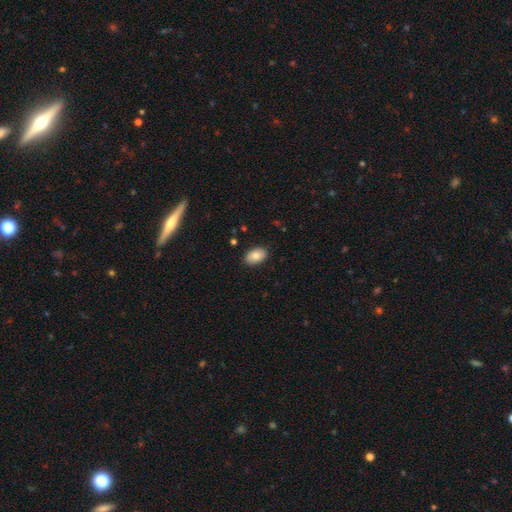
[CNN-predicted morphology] Overall: smooth (82%). How rounded: in between (92%). Merging: none (89%).